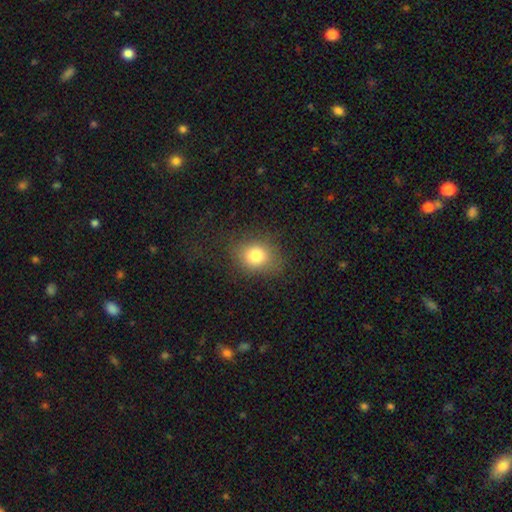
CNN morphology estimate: smooth-or-featured: smooth: 79% | star or artifact: 12% | featured or disk: 9%
  how-rounded: round: 54% | in between: 45% | cigar-shaped: 1%
  merging: none: 78% | minor disturbance: 14% | major disturbance: 8% | merger: 1%